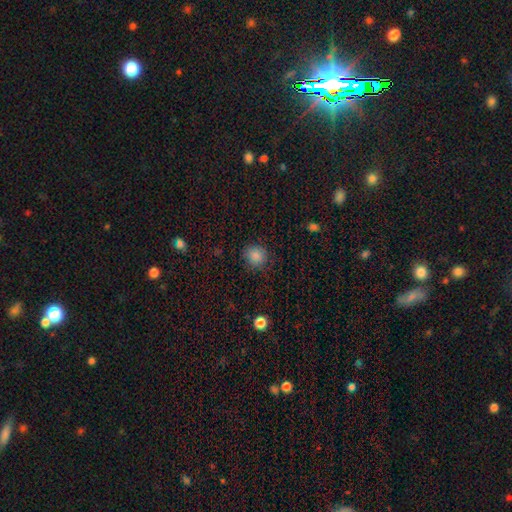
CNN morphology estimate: type=smooth (85%); roundness=round (88%); merging=none (86%).